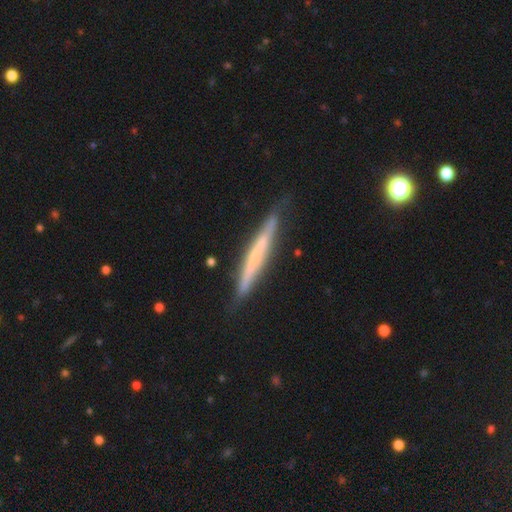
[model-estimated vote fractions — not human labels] A featured or disk galaxy (55%) viewed edge-on (95%) with no central bulge (77%). Merging: none (80%).